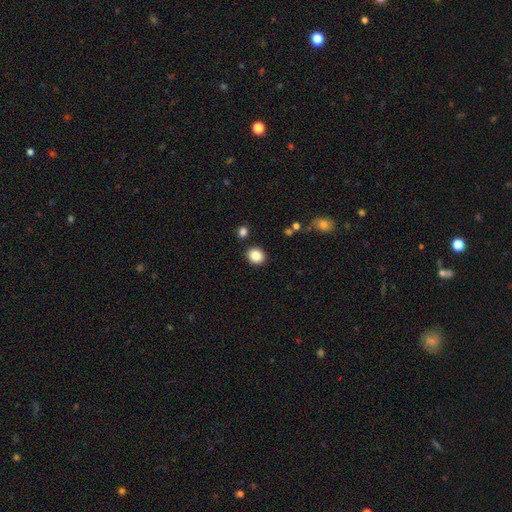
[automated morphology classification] Smooth or featured?
  - smooth: 87% *
  - star or artifact: 9%
  - featured or disk: 4%
How rounded?
  - round: 70% *
  - in between: 29%
  - cigar-shaped: 1%
Merging?
  - none: 87% *
  - minor disturbance: 7%
  - merger: 4%
  - major disturbance: 2%